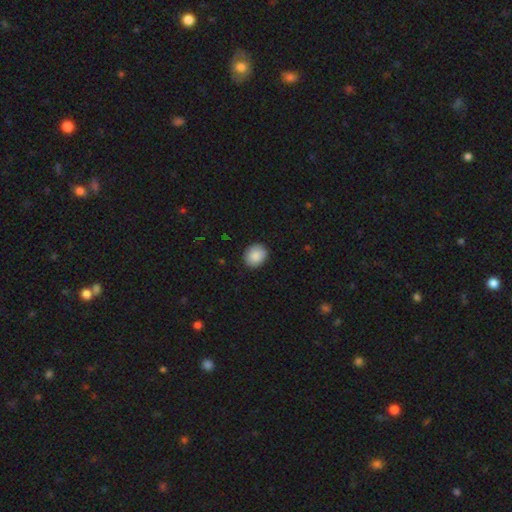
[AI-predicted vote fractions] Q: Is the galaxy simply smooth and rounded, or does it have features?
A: smooth — 88%.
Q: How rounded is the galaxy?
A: round — 61%.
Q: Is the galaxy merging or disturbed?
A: none — 90%.